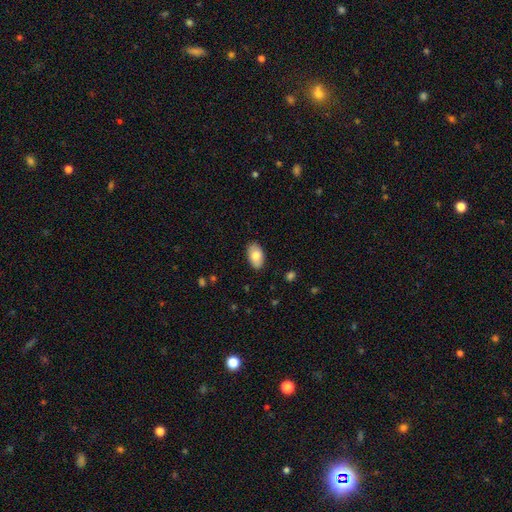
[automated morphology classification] The model was most divided on "smooth or featured": smooth: 76%, featured or disk: 17%, star or artifact: 6%. More confident: how rounded — in between (93%); merging — none (86%).